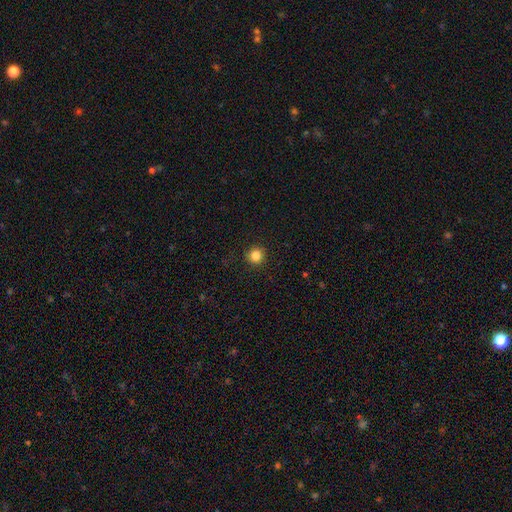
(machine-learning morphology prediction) Smooth or featured: smooth — 84% (star or artifact — 12%)
How rounded: round — 94% (in between — 5%)
Merging: none — 92% (minor disturbance — 5%)